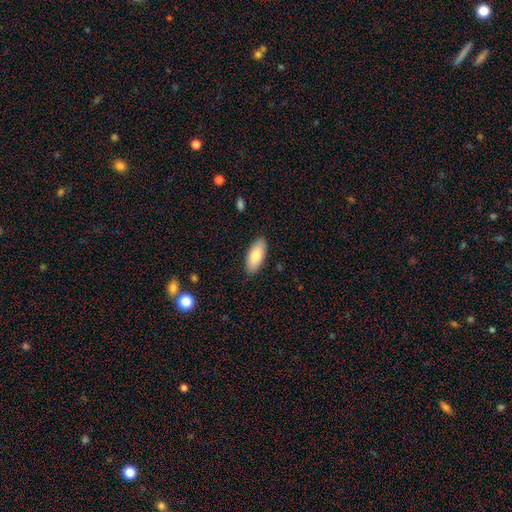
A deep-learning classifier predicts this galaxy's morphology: A smooth galaxy with no disk features (83%) that is in between round and cigar-shaped (86%). Merging: none (88%).